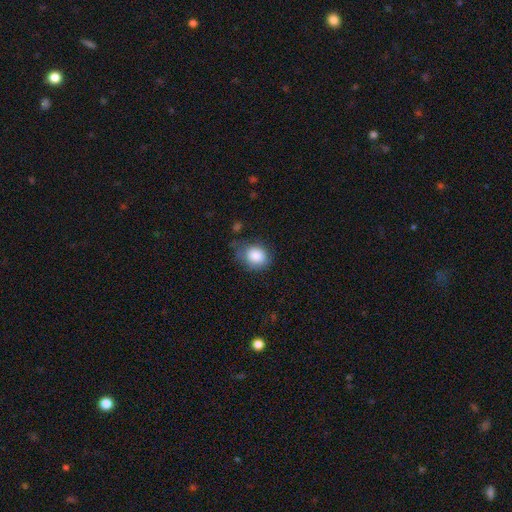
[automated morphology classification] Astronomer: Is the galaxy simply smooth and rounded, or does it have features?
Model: smooth — 85%.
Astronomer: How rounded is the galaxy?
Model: round — 60% (runner-up: in between, 40%).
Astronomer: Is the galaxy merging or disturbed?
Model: none — 53% (runner-up: minor disturbance, 33%).